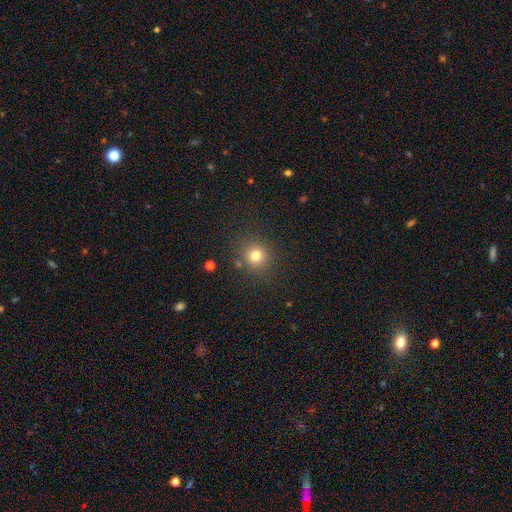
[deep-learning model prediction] A smooth galaxy with no disk features (77%) that is round (89%).

Vote fractions:
- Smooth or featured? smooth: 77% / star or artifact: 15% / featured or disk: 7%
- How rounded? round: 89% / in between: 10% / cigar-shaped: 1%
- Merging? none: 83% / minor disturbance: 9% / merger: 4% / major disturbance: 3%